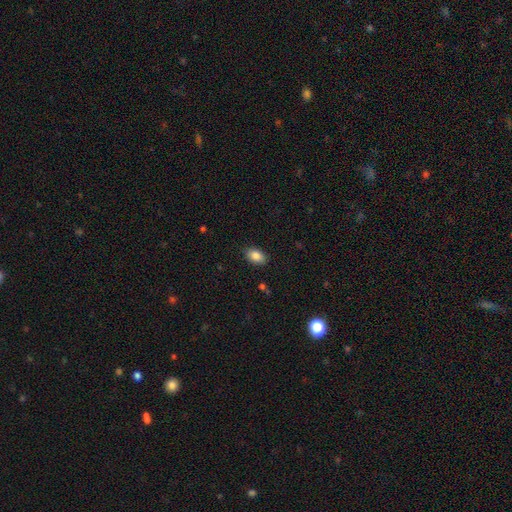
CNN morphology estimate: A smooth galaxy with no disk features (86%) that is in between round and cigar-shaped (89%).

Vote fractions:
- Smooth or featured? smooth: 86% / star or artifact: 8% / featured or disk: 6%
- How rounded? in between: 89% / round: 9% / cigar-shaped: 2%
- Merging? none: 87% / minor disturbance: 10% / major disturbance: 2% / merger: 1%